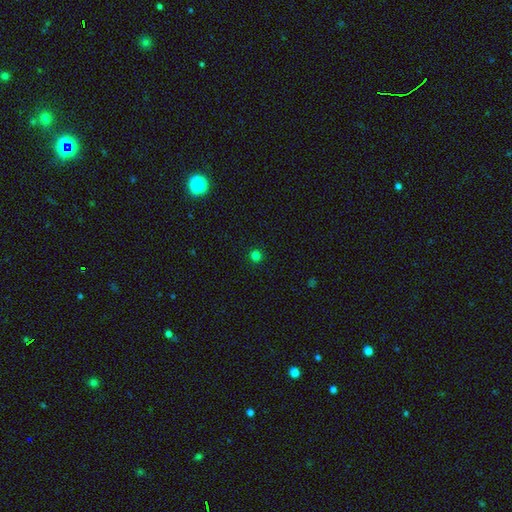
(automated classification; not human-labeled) This appears to be a smooth galaxy with no disk features (79%) that is round (95%). Merging: none (92%).